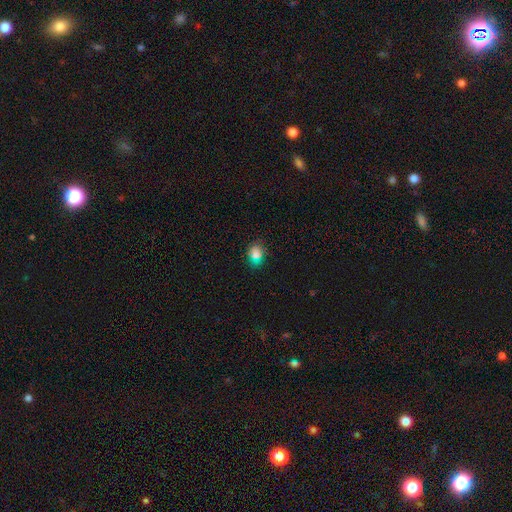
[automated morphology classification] This is likely a smooth galaxy (69%). How rounded: possibly in between (55%). Merging: clearly none (84%).